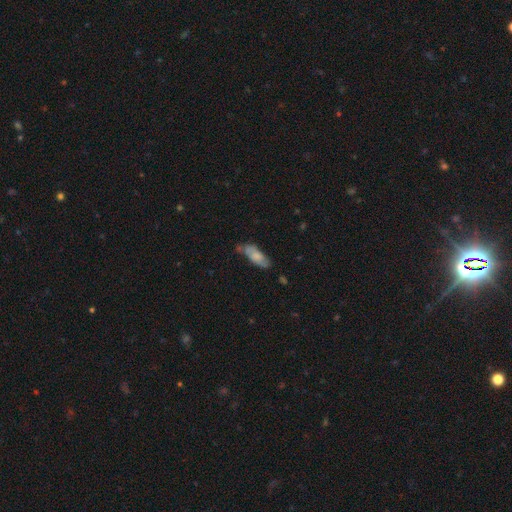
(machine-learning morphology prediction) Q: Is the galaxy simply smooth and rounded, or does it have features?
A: smooth — 62%.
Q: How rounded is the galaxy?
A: in between — 71%.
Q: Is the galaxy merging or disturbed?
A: none — 55%.